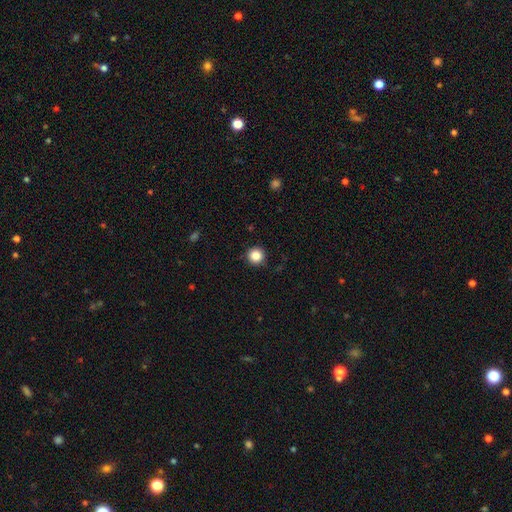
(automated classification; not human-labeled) Smooth or featured? smooth (85%)
How rounded? round (96%)
Merging? none (91%)